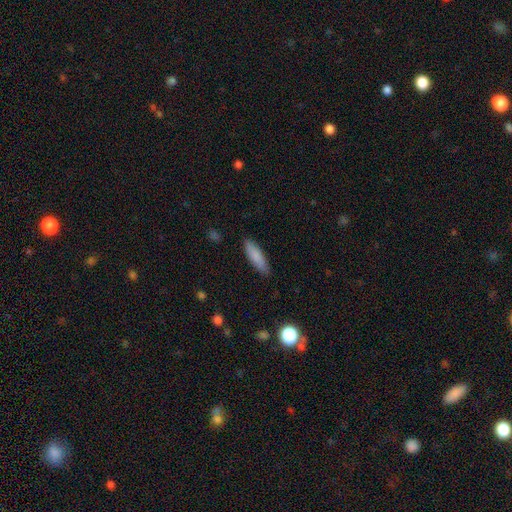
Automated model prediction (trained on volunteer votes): Smooth or featured? smooth (85%)
How rounded? cigar-shaped (60%)
Merging? none (87%)